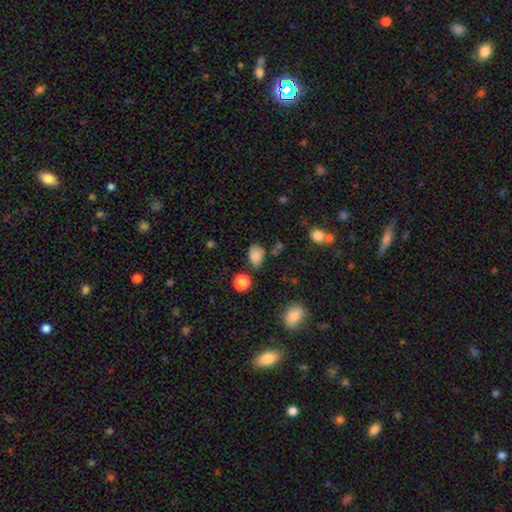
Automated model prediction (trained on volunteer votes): This appears to be a smooth galaxy with no disk features (83%) that is in between round and cigar-shaped (79%). Merging: none (70%).